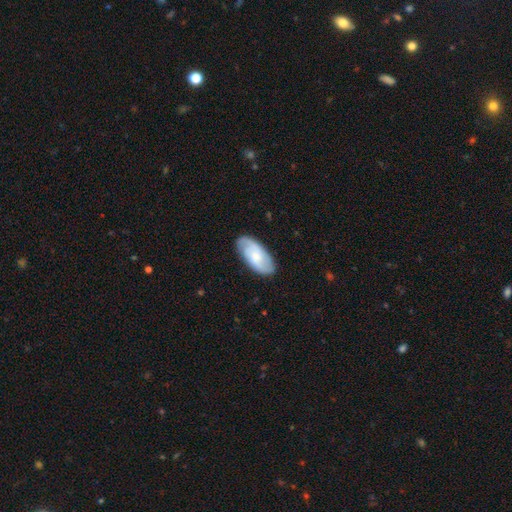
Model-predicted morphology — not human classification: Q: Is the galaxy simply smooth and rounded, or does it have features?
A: featured or disk — 49%.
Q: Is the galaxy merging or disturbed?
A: none — 83%.